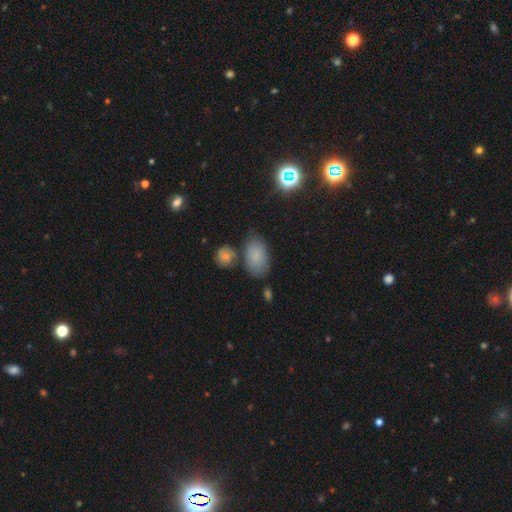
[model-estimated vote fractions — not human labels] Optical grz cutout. It shows a smooth galaxy with no disk features (76%) that is in between round and cigar-shaped (91%). Merging: none (66%).